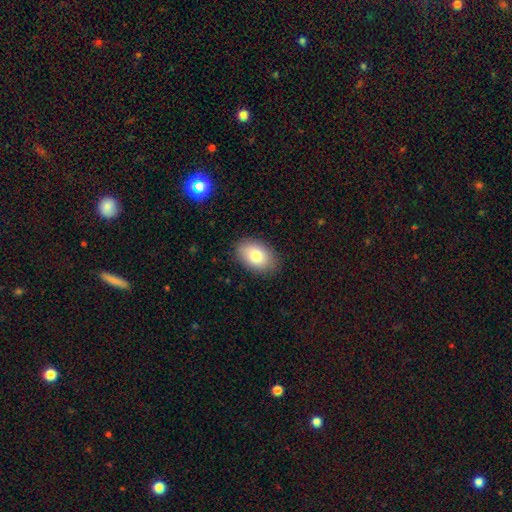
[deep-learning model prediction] Smooth or featured?
  - smooth: 81% *
  - featured or disk: 12%
  - star or artifact: 8%
How rounded?
  - in between: 88% *
  - round: 11%
  - cigar-shaped: 1%
Merging?
  - none: 87% *
  - minor disturbance: 10%
  - major disturbance: 2%
  - merger: 1%